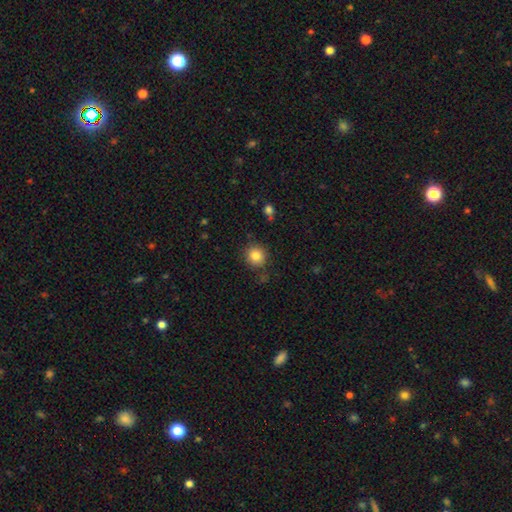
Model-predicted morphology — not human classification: Smooth or featured?
  - smooth: 84% *
  - star or artifact: 10%
  - featured or disk: 6%
How rounded?
  - round: 91% *
  - in between: 8%
  - cigar-shaped: 1%
Merging?
  - none: 86% *
  - minor disturbance: 9%
  - major disturbance: 3%
  - merger: 2%